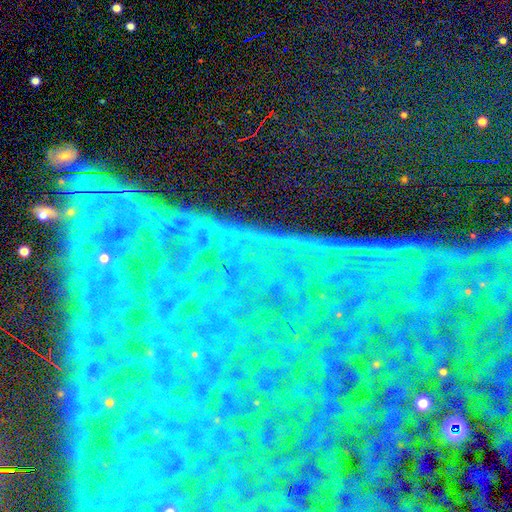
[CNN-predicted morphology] Smooth or featured: star or artifact — 85% (featured or disk — 8%)